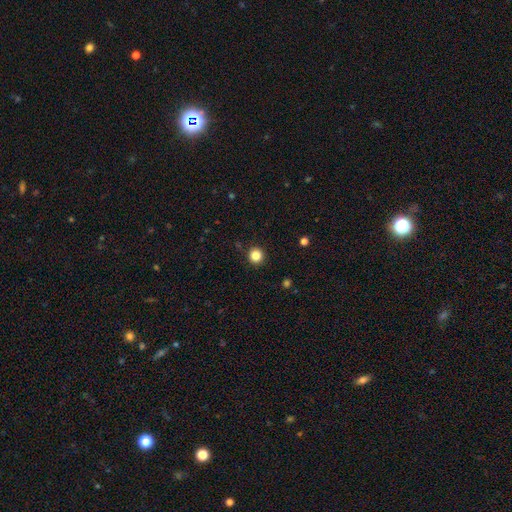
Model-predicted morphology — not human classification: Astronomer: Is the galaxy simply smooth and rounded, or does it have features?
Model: smooth — 84%.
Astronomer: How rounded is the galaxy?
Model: round — 95%.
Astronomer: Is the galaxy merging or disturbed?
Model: none — 92%.